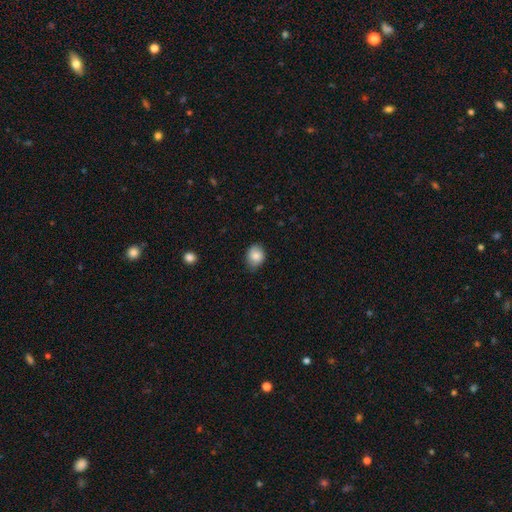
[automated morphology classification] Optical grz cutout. It shows a smooth galaxy with no disk features (84%) that is in between round and cigar-shaped (52%). Merging: none (72%).